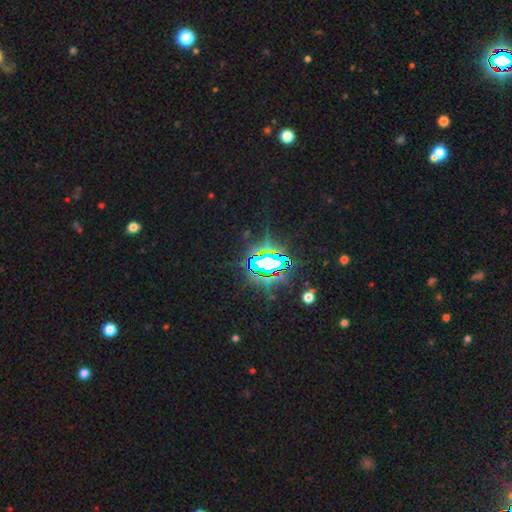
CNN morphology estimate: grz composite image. It shows a star or artifact, not a galaxy (83%).